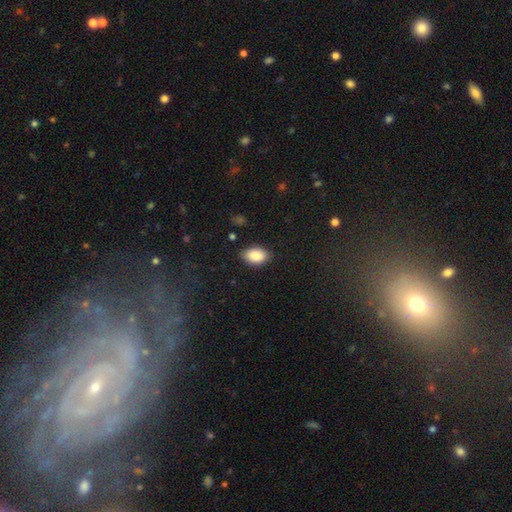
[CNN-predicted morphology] Smooth or featured? Predicted: smooth (p=0.89). How rounded? Predicted: in between (p=0.90). Merging? Predicted: none (p=0.82).